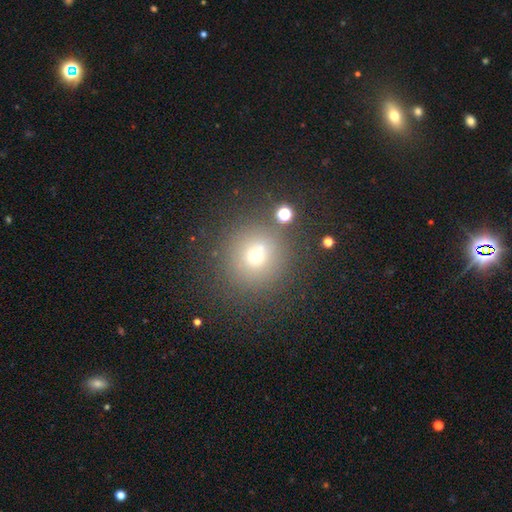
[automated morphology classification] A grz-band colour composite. It shows a smooth galaxy with no disk features (64%) that is round (94%). Merging: none (80%).